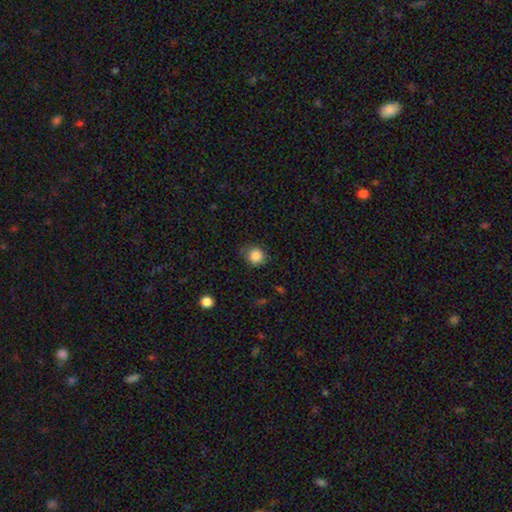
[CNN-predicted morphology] smooth_or_featured: smooth (p=0.85) [alt: star or artifact p=0.10]
how_rounded: round (p=0.84) [alt: in between p=0.15]
merging: none (p=0.74) [alt: minor disturbance p=0.20]